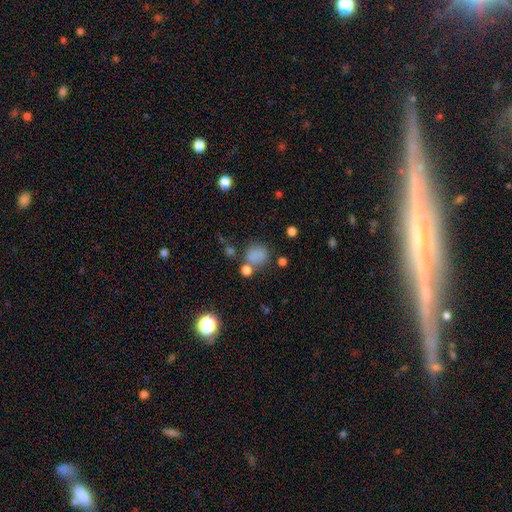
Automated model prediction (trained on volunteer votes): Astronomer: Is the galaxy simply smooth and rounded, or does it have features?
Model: smooth — 76%.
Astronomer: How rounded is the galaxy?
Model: round — 72%.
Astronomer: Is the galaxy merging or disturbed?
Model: none — 59%.